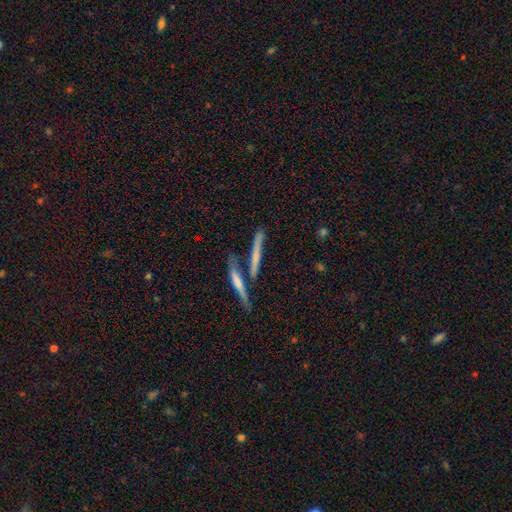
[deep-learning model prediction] Smooth or featured? featured or disk (54%)
Edge-on disk? yes (90%)
Merging? none (64%)